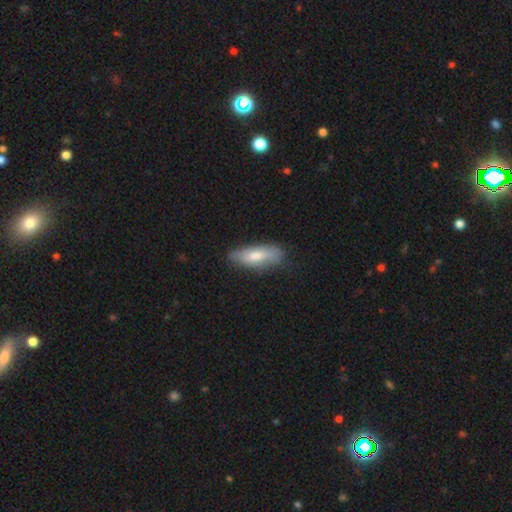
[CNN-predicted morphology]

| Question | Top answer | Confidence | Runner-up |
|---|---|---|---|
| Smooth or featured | smooth | 68% | featured or disk (26%) |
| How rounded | in between | 63% | cigar-shaped (35%) |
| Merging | none | 70% | minor disturbance (23%) |